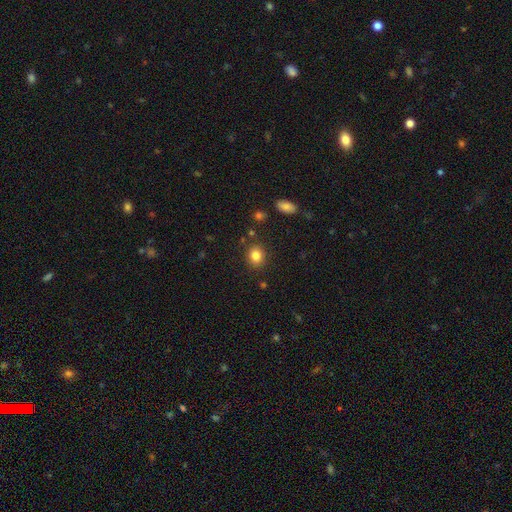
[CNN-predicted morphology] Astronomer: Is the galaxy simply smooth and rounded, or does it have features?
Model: smooth — 83%.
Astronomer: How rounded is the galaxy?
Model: round — 65%.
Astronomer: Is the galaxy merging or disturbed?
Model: none — 86%.